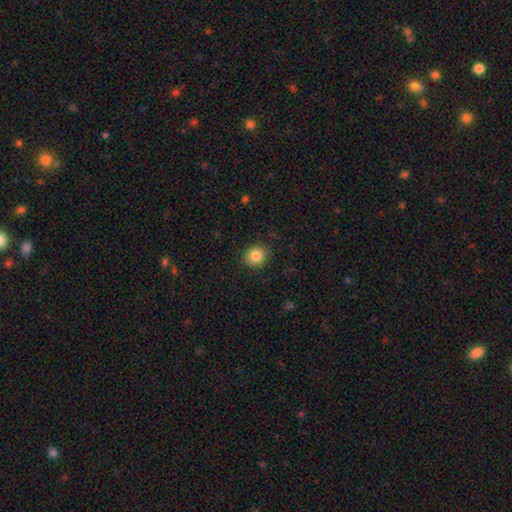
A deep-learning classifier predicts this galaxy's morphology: smooth-or-featured: smooth: 84% | star or artifact: 10% | featured or disk: 7%
  how-rounded: round: 85% | in between: 14% | cigar-shaped: 1%
  merging: none: 89% | minor disturbance: 8% | major disturbance: 2% | merger: 1%